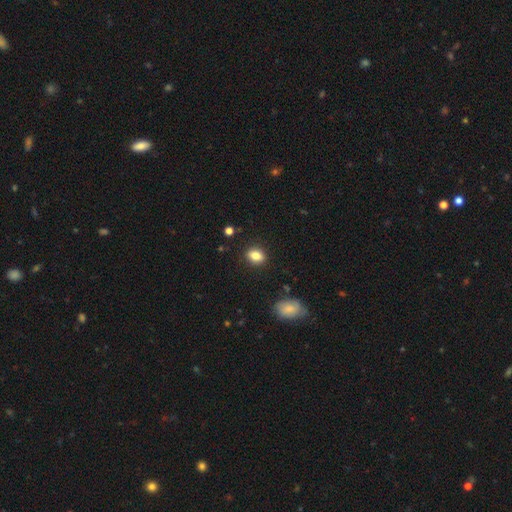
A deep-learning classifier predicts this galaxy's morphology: Smooth or featured?
  - smooth: 84% *
  - star or artifact: 9%
  - featured or disk: 7%
How rounded?
  - in between: 70% *
  - round: 27%
  - cigar-shaped: 2%
Merging?
  - none: 88% *
  - minor disturbance: 9%
  - major disturbance: 2%
  - merger: 1%